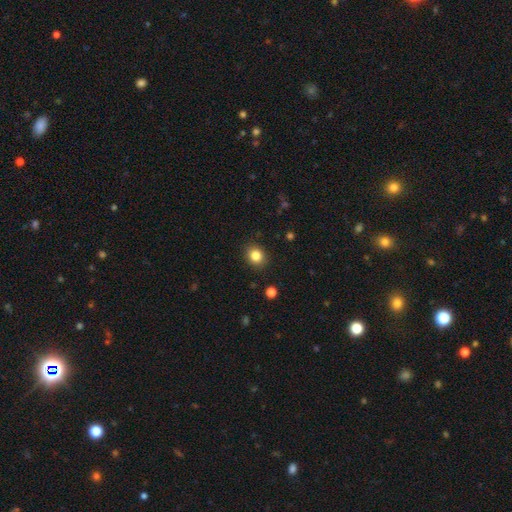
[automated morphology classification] Overall: smooth (84%). How rounded: round (73%). Merging: none (89%).